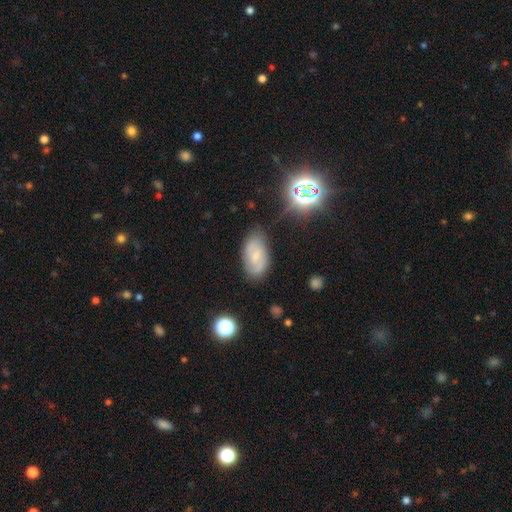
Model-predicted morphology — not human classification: type=featured or disk (47%); merging=none (73%).